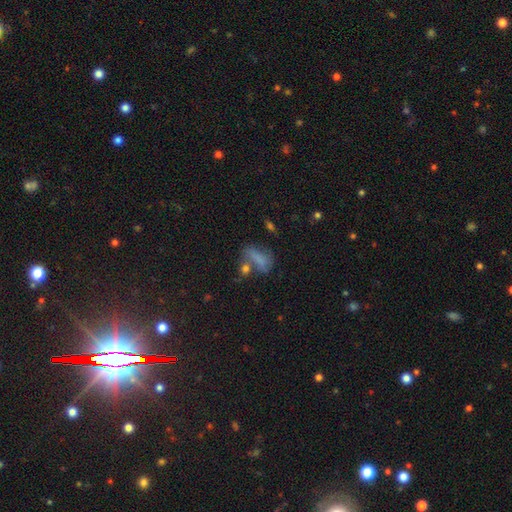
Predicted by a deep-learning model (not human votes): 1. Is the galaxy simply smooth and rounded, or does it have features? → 55% smooth, 24% star or artifact, 21% featured or disk.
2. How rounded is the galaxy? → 64% in between, 25% cigar-shaped, 11% round.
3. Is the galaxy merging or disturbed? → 47% none, 20% merger, 19% minor disturbance, 14% major disturbance.